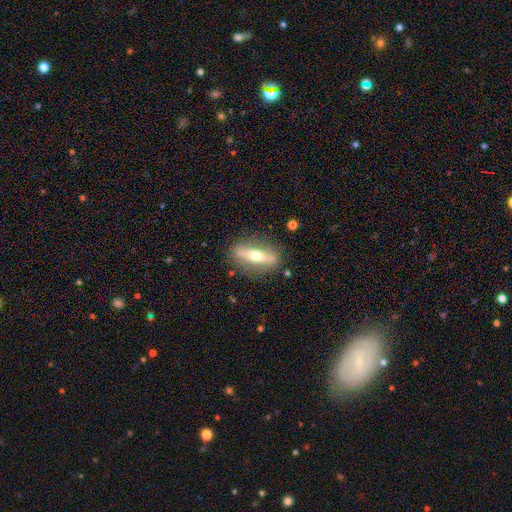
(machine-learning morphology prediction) Smooth or featured? Predicted: featured or disk (p=0.59). Edge-on disk? Predicted: yes (p=0.73). Merging? Predicted: none (p=0.83).